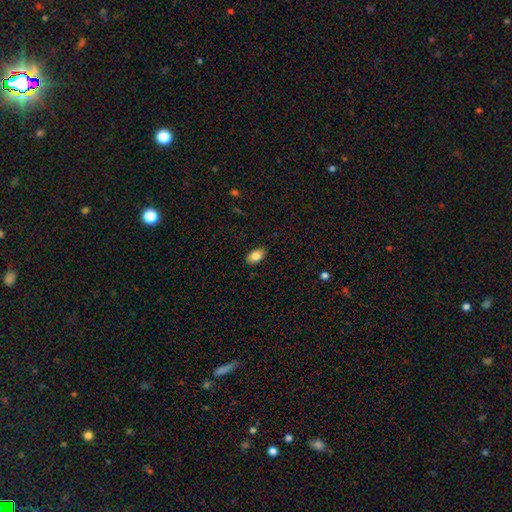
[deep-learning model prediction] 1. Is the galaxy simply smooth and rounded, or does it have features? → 84% smooth, 8% featured or disk, 8% star or artifact.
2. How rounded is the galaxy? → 89% in between, 9% round, 2% cigar-shaped.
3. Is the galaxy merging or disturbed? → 85% none, 12% minor disturbance, 2% major disturbance, 1% merger.